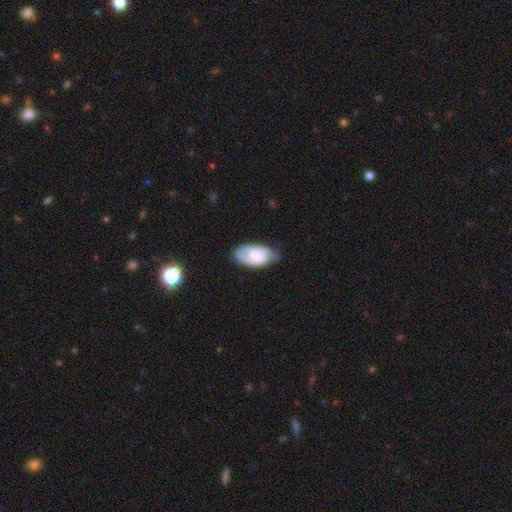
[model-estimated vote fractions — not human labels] Smooth or featured: featured or disk — 55% (smooth — 39%)
Edge-on disk: no — 95% (yes — 5%)
Bar: no — 59% (weak — 33%)
Spiral arms: yes — 83% (no — 17%)
Bulge size: none — 28% (moderate — 23%)
Merging: none — 61% (minor disturbance — 29%)